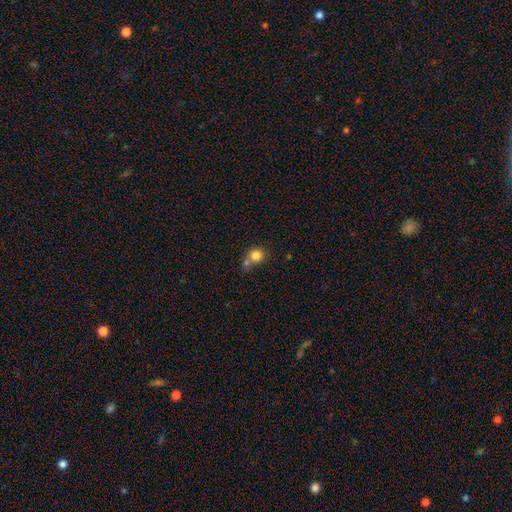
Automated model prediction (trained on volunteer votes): The model was most divided on "merging": none: 47%, merger: 40%, minor disturbance: 10%, major disturbance: 4%. More confident: how rounded — round (85%); smooth or featured — smooth (81%).